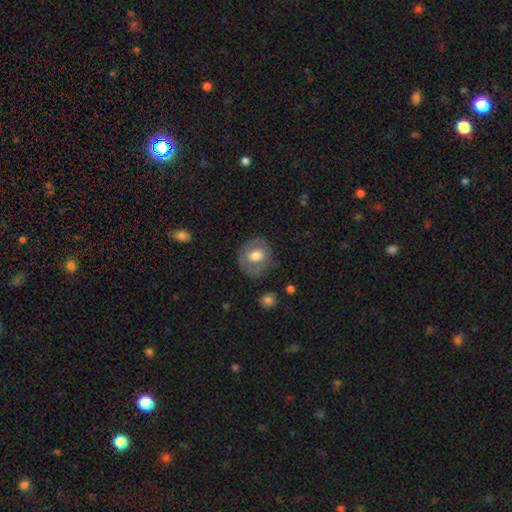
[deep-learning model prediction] Overall: smooth (58%; featured or disk 34%). How rounded: round (78%). Merging: none (70%).